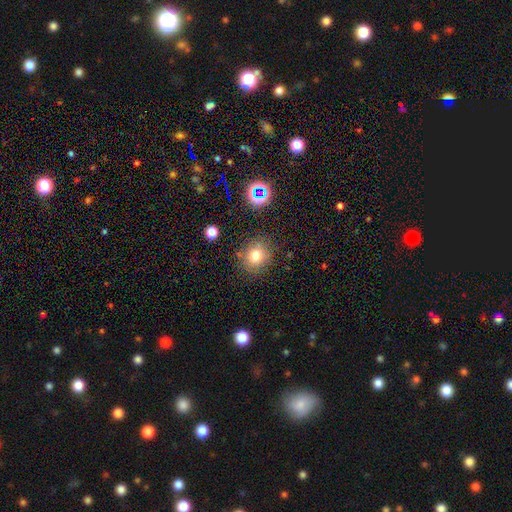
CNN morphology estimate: This is likely a smooth galaxy (76%). How rounded: likely round (77%). Merging: clearly none (82%).